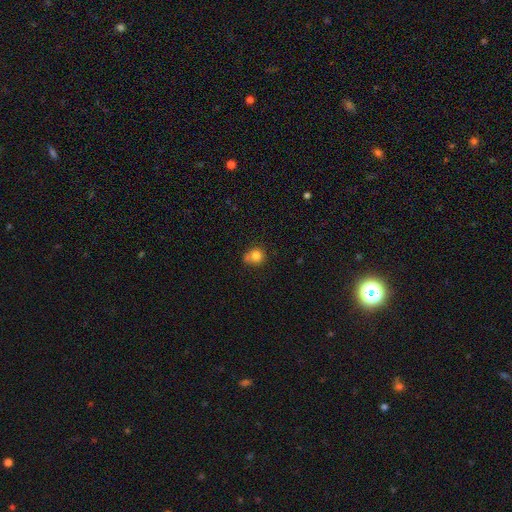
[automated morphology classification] smooth 80%, star or artifact 11%, featured or disk 9%. Down the decision tree: how rounded — round (84%); merging — none (54%).